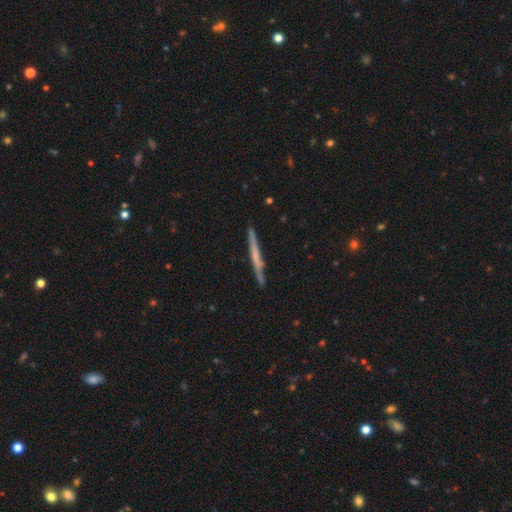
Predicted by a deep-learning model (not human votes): featured or disk 53%, smooth 42%, star or artifact 6%. Down the decision tree: edge-on disk — yes (97%); edge-on bulge — none (77%); merging — none (88%).